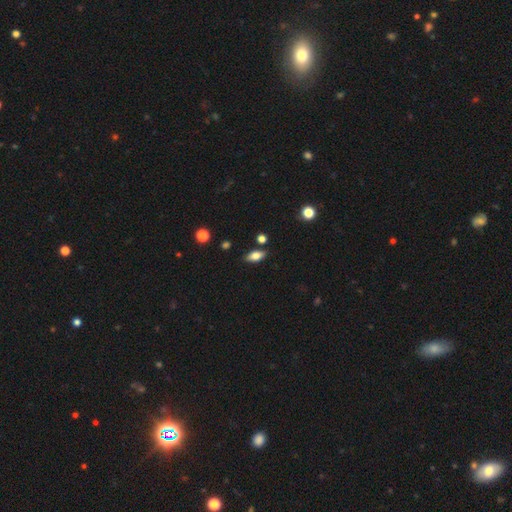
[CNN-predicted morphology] smooth_or_featured: smooth (p=0.74) [alt: featured or disk p=0.18]
how_rounded: in between (p=0.85) [alt: cigar-shaped p=0.11]
merging: none (p=0.83) [alt: minor disturbance p=0.11]